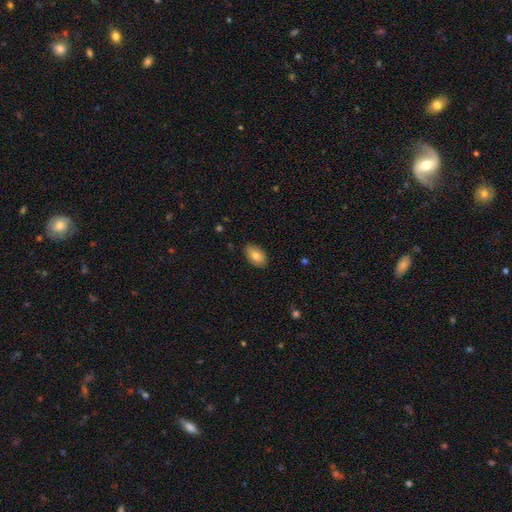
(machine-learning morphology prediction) smooth 75%, featured or disk 18%, star or artifact 7%. Down the decision tree: how rounded — in between (91%); merging — none (87%).